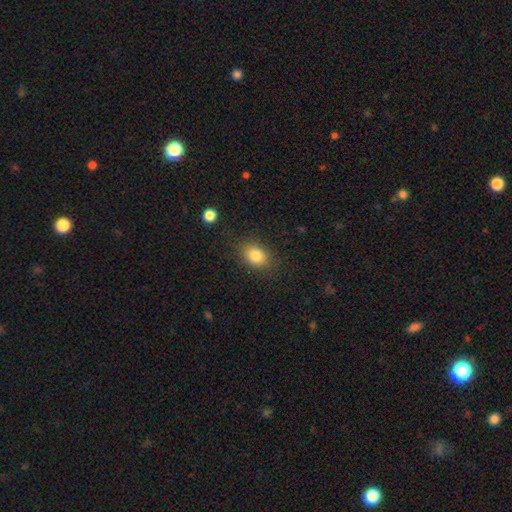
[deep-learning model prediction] smooth 82%, star or artifact 10%, featured or disk 8%. Down the decision tree: how rounded — in between (70%); merging — none (83%).